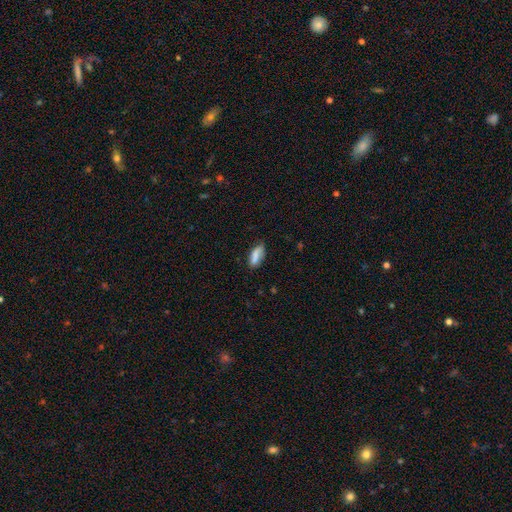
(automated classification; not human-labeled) Smooth or featured: smooth — 80% (featured or disk — 13%)
How rounded: in between — 74% (cigar-shaped — 24%)
Merging: none — 64% (minor disturbance — 25%)